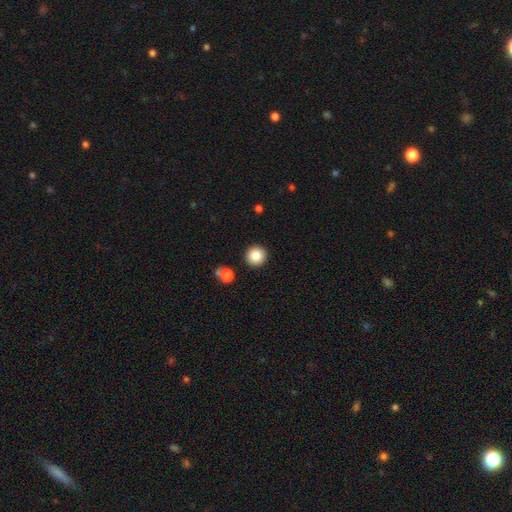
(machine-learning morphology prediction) Q: Smooth or featured?
A: smooth (84%); runner-up: star or artifact (10%)
Q: How rounded?
A: round (95%); runner-up: in between (4%)
Q: Merging?
A: none (91%); runner-up: minor disturbance (5%)